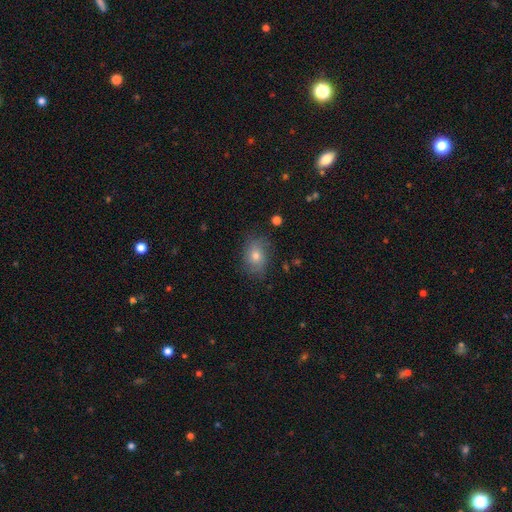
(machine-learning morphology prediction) This appears to be a smooth galaxy with no disk features (67%) that is in between round and cigar-shaped (64%). Merging: none (77%).